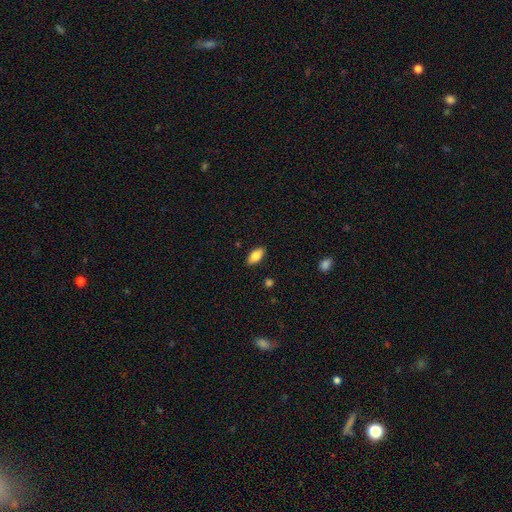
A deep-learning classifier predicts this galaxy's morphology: type=smooth (81%); roundness=in between (90%); merging=none (88%).